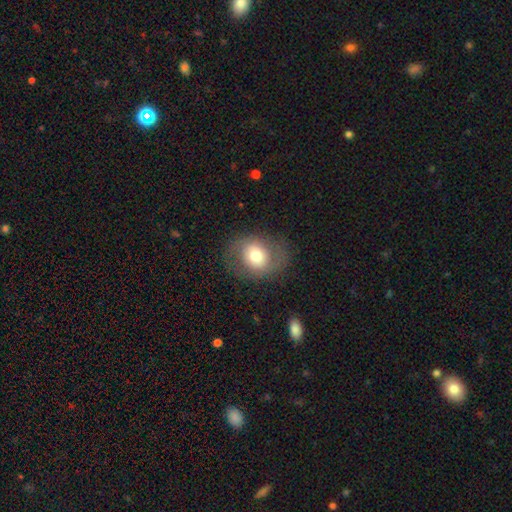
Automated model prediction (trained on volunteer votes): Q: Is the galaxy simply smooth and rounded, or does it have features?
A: smooth — 60%.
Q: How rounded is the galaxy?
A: round — 52%.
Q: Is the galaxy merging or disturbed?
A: none — 76%.